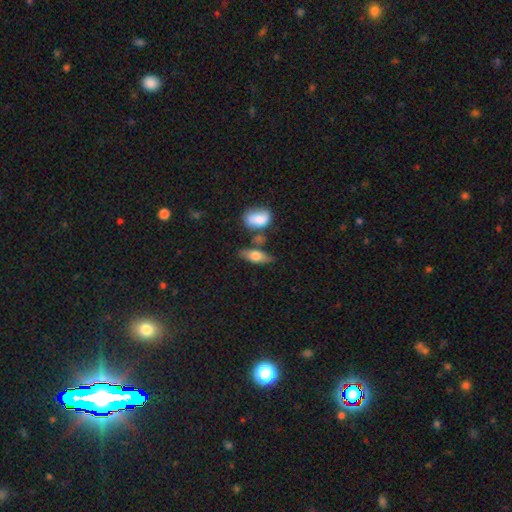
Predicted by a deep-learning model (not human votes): This is likely a smooth galaxy (65%). How rounded: likely in between (69%). Merging: likely none (70%).